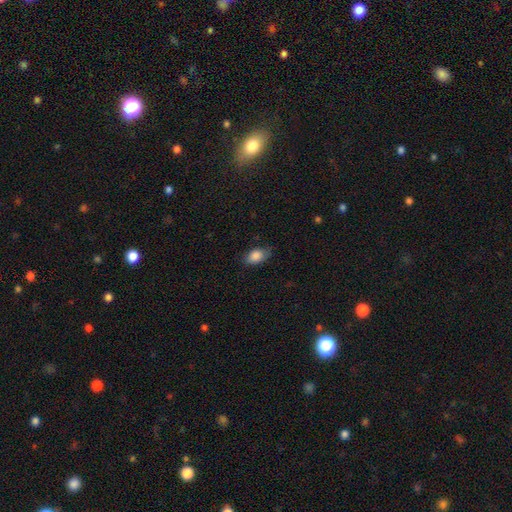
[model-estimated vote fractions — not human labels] smooth 85%, star or artifact 8%, featured or disk 7%. Down the decision tree: how rounded — in between (88%); merging — none (70%).